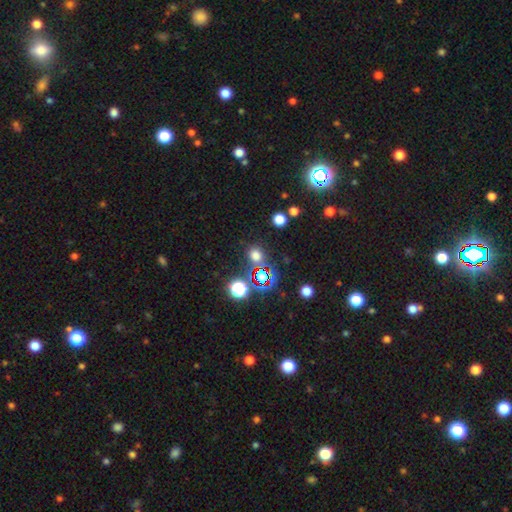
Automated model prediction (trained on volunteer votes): Smooth or featured?
  - smooth: 59% *
  - star or artifact: 35%
  - featured or disk: 6%
How rounded?
  - round: 83% *
  - in between: 15%
  - cigar-shaped: 1%
Merging?
  - none: 78% *
  - minor disturbance: 10%
  - merger: 7%
  - major disturbance: 5%